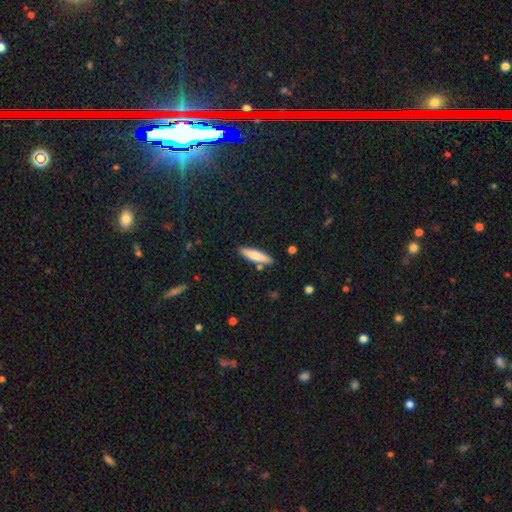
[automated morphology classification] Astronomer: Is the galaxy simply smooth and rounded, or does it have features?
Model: smooth — 76%.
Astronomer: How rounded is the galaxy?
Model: cigar-shaped — 74%.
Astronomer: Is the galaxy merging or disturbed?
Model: none — 84%.